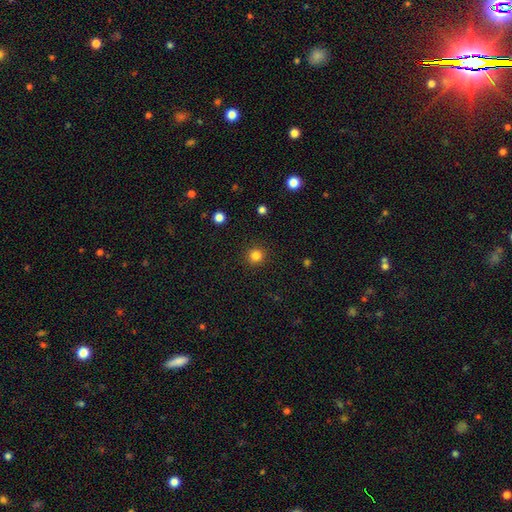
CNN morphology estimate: type=smooth (83%); roundness=round (94%); merging=none (92%).